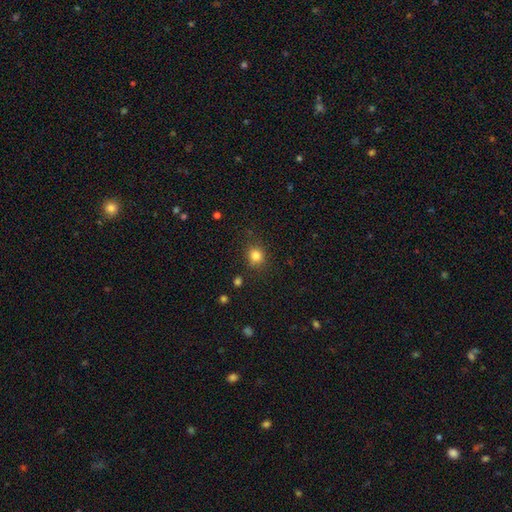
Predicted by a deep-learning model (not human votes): Smooth or featured? smooth (82%)
How rounded? round (83%)
Merging? none (82%)